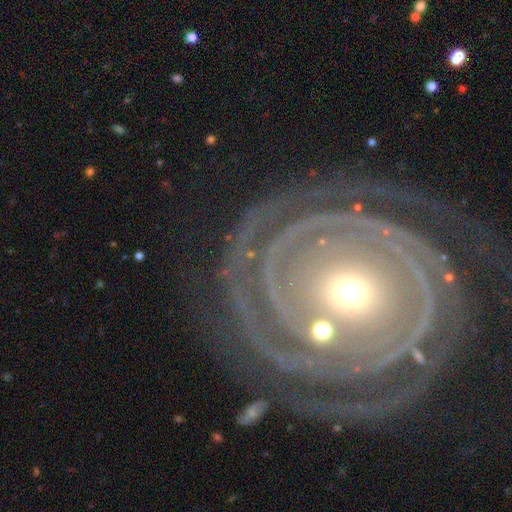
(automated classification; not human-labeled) A featured or disk galaxy (90%) with no bar (76%), 2 (37%) tight (88%) spiral arms (97%) and a moderate central bulge (56%).

Vote fractions:
- Smooth or featured? featured or disk: 90% / star or artifact: 5% / smooth: 4%
- Edge-on disk? no: 97% / yes: 3%
- Bar? no: 76% / weak: 13% / strong: 11%
- Spiral arms? yes: 97% / no: 3%
- Spiral winding? tight: 88% / medium: 9% / loose: 2%
- Spiral arm count? 2: 37% / 3: 17% / can't tell: 17% / 4: 11% / more than 4: 10% / 1: 8%
- Bulge size? moderate: 56% / small: 37% / large: 5% / dominant: 1% / none: 1%
- Merging? none: 76% / minor disturbance: 14% / major disturbance: 7% / merger: 3%